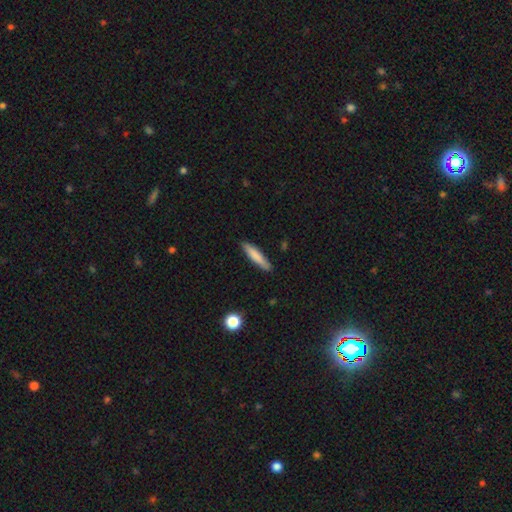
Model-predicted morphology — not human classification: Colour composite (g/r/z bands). It shows a smooth galaxy with no disk features (80%) that is cigar-shaped (86%). Merging: none (86%).